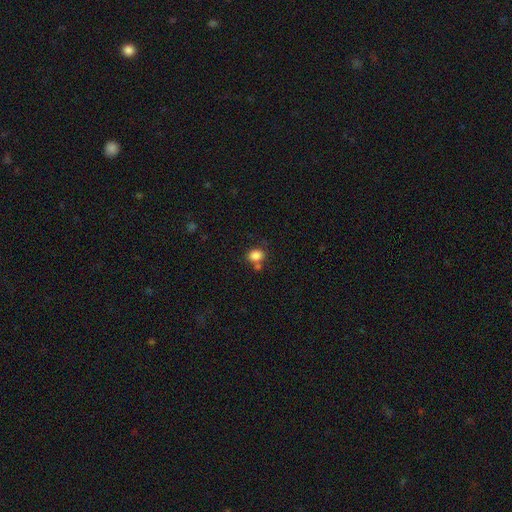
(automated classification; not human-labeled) A smooth galaxy with no disk features (84%) that is in between round and cigar-shaped (59%).

Vote fractions:
- Smooth or featured? smooth: 84% / star or artifact: 11% / featured or disk: 5%
- How rounded? in between: 59% / round: 40% / cigar-shaped: 1%
- Merging? none: 61% / merger: 20% / minor disturbance: 14% / major disturbance: 5%